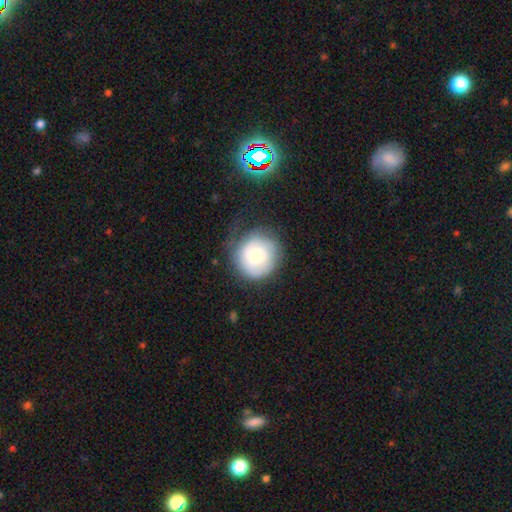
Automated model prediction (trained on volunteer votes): Smooth or featured?
  - smooth: 58% *
  - featured or disk: 34%
  - star or artifact: 7%
How rounded?
  - round: 91% *
  - in between: 8%
  - cigar-shaped: 1%
Merging?
  - none: 61% *
  - minor disturbance: 23%
  - major disturbance: 14%
  - merger: 2%